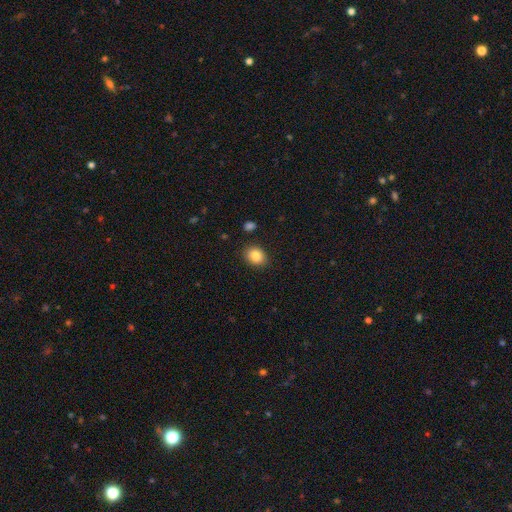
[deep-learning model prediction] The model was most divided on "how rounded": in between: 55%, round: 44%, cigar-shaped: 1%. More confident: merging — none (87%); smooth or featured — smooth (85%).